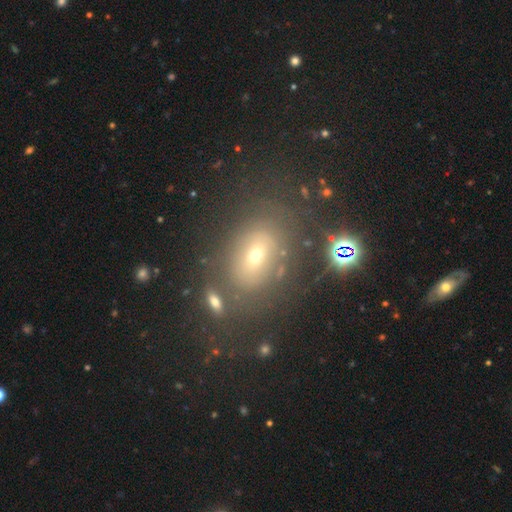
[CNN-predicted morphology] type=smooth (49%); merging=none (73%).